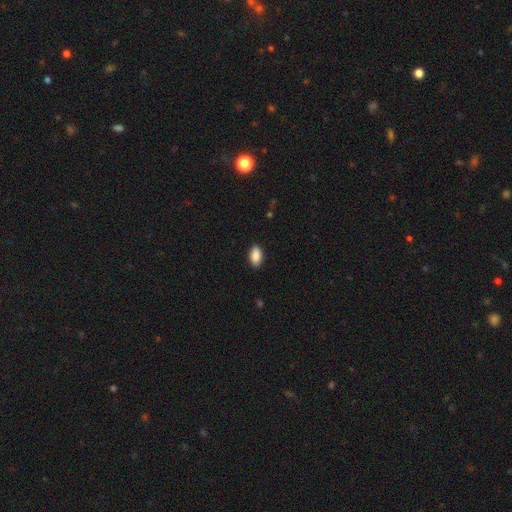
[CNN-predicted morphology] type=smooth (89%); roundness=in between (93%); merging=none (88%).